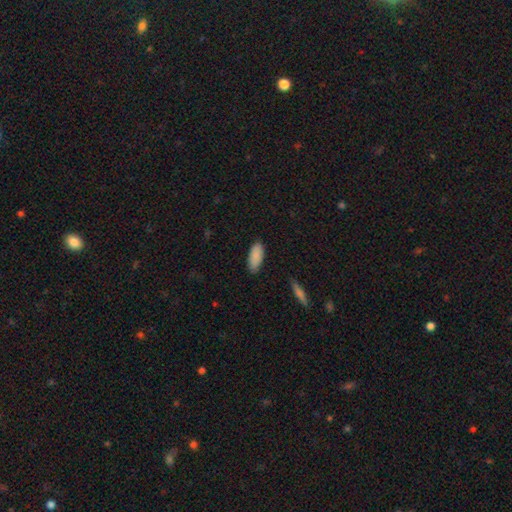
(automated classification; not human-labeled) Overall: smooth (88%). How rounded: in between (82%). Merging: none (84%).